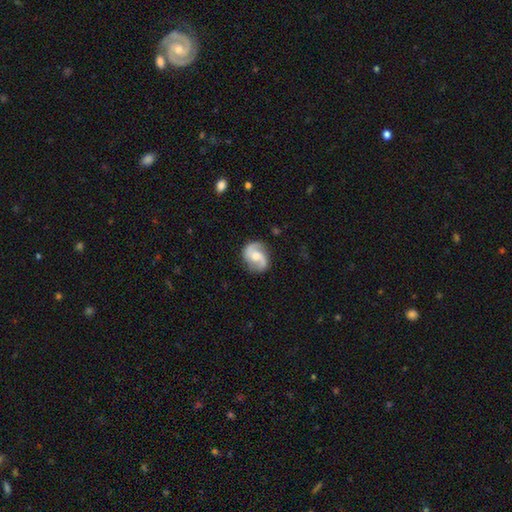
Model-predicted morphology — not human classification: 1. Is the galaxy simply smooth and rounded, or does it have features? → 82% featured or disk, 13% smooth, 6% star or artifact.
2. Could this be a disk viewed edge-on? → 98% no, 2% yes.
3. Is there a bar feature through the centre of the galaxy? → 51% no, 40% weak, 9% strong.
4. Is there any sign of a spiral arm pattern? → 96% yes, 4% no.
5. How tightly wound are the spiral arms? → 46% medium, 38% loose, 16% tight.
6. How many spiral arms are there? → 92% 2, 3% can't tell, 2% 1, 1% 3, 1% 4, 1% more than 4.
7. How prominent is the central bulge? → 57% moderate, 26% small, 9% large, 6% none, 2% dominant.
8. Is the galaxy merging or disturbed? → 79% none, 15% minor disturbance, 5% major disturbance, 1% merger.